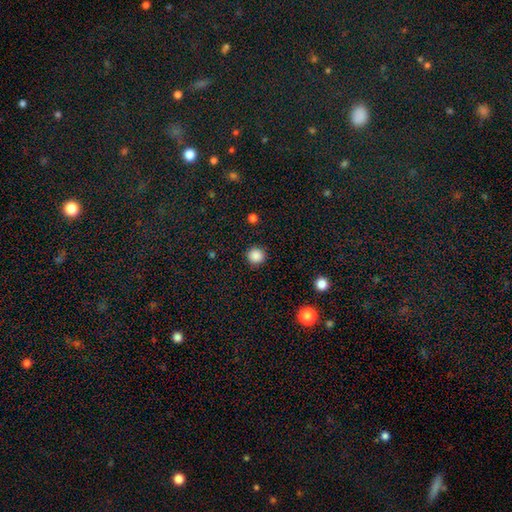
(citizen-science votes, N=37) Smooth or featured? 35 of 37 (95%) said smooth. How rounded? 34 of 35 (97%) said round. Merging? 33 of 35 (94%) said none.